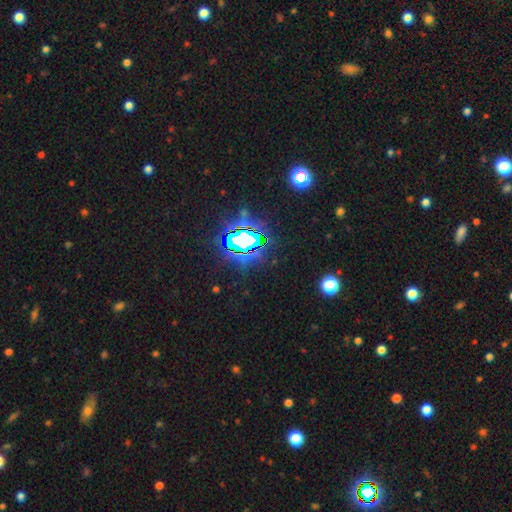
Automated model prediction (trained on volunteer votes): Morphology: type=star or artifact (81%).